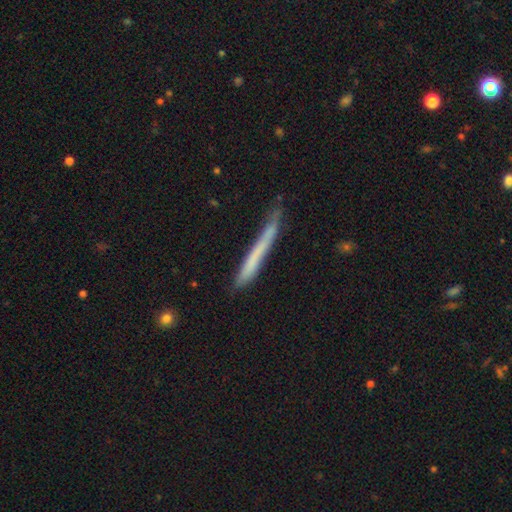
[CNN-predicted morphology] A smooth galaxy with no disk features (60%) that is cigar-shaped (97%).

Vote fractions:
- Smooth or featured? smooth: 60% / featured or disk: 33% / star or artifact: 7%
- How rounded? cigar-shaped: 97% / in between: 2% / round: 1%
- Merging? none: 67% / minor disturbance: 24% / major disturbance: 5% / merger: 3%